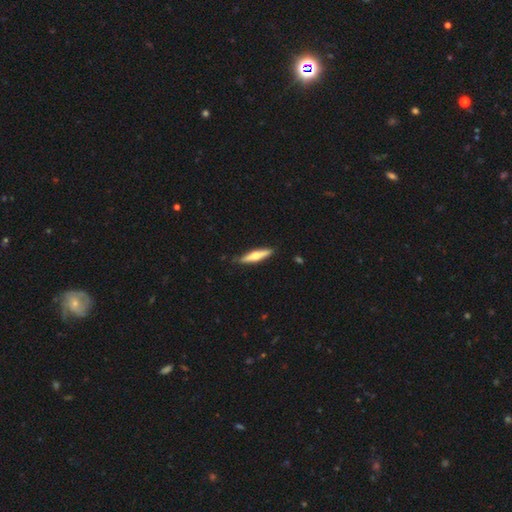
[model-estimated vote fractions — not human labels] This appears to be a featured or disk galaxy (53%) viewed edge-on (95%) with a rounded central bulge (89%). Merging: none (86%).